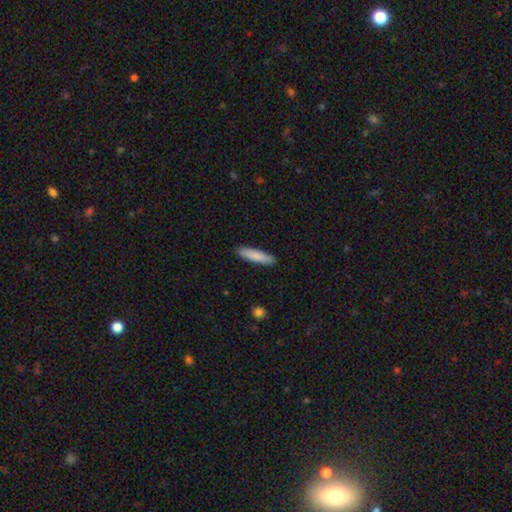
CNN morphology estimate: Overall: smooth (85%). How rounded: cigar-shaped (82%). Merging: none (90%).